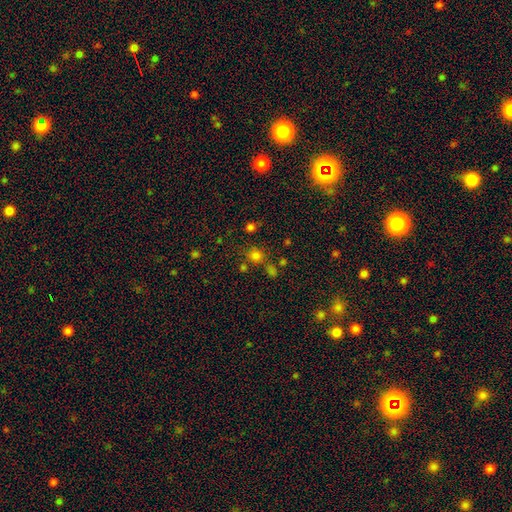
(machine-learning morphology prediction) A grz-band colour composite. It shows a smooth galaxy with no disk features (71%) that is round (84%). Merging: none (69%).